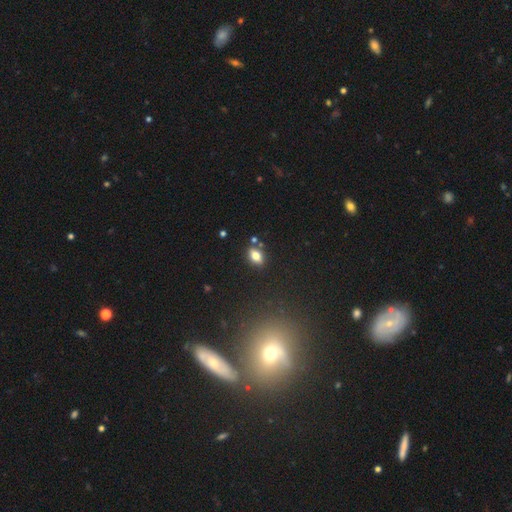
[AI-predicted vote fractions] Smooth or featured? smooth (76%)
How rounded? in between (82%)
Merging? none (80%)